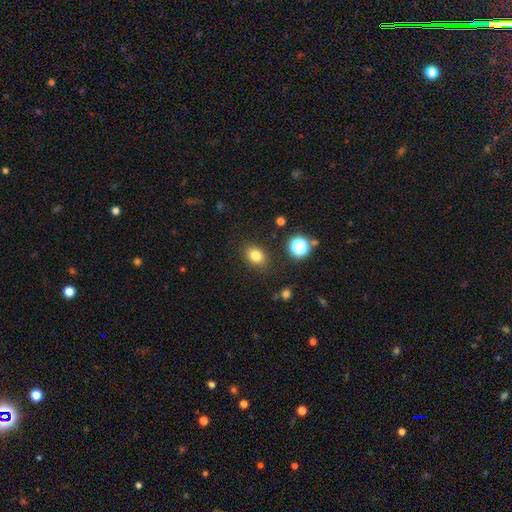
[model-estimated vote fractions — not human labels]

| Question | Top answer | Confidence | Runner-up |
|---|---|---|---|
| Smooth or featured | smooth | 80% | star or artifact (13%) |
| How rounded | in between | 57% | round (42%) |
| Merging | none | 86% | minor disturbance (9%) |